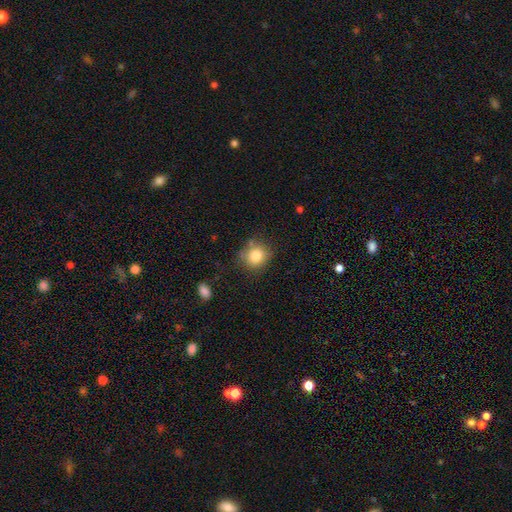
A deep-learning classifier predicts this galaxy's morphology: smooth_or_featured: smooth (p=0.81) [alt: star or artifact p=0.10]
how_rounded: round (p=0.83) [alt: in between p=0.16]
merging: none (p=0.77) [alt: minor disturbance p=0.15]